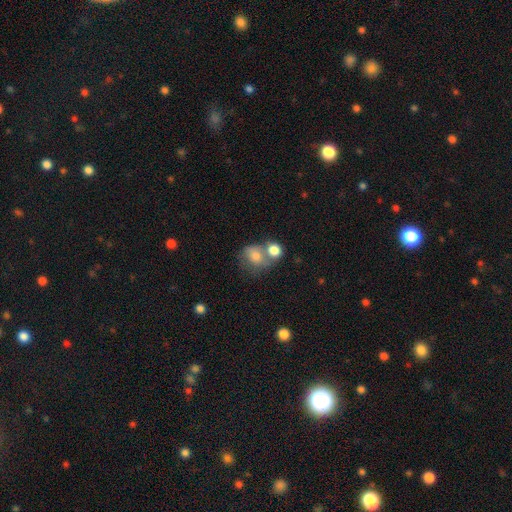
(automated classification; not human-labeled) A smooth galaxy with no disk features (72%) that is round (64%). Merging: merger (47%).